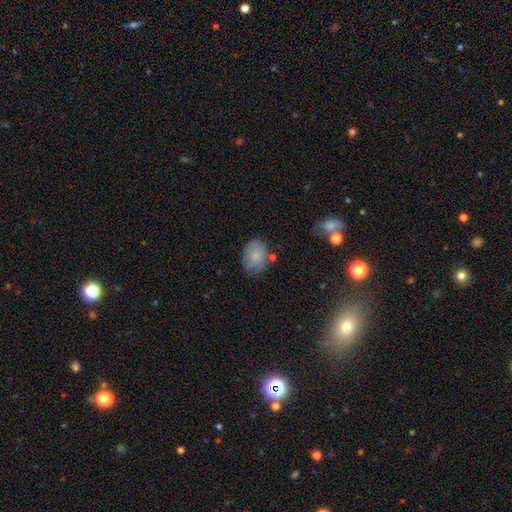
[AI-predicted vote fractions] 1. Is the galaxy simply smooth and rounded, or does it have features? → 69% smooth, 23% featured or disk, 8% star or artifact.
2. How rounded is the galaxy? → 65% in between, 34% round, 1% cigar-shaped.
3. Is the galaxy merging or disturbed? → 59% none, 26% minor disturbance, 9% major disturbance, 6% merger.